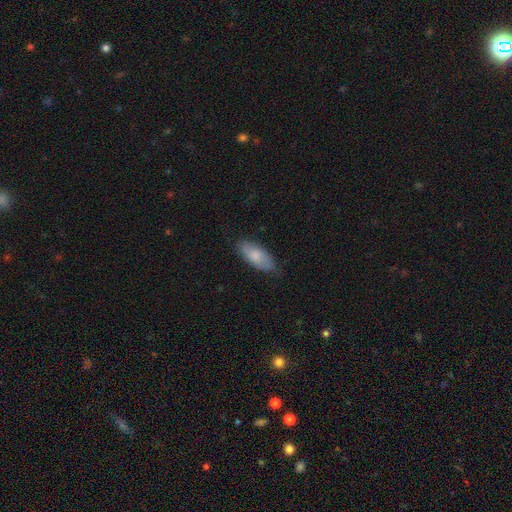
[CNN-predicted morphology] smooth 79%, featured or disk 16%, star or artifact 5%. Down the decision tree: how rounded — in between (84%); merging — none (78%).